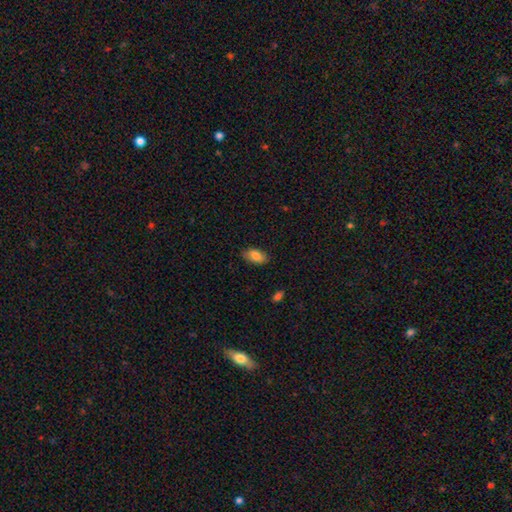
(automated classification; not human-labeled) Smooth or featured?
  - smooth: 84% *
  - featured or disk: 9%
  - star or artifact: 7%
How rounded?
  - in between: 92% *
  - round: 5%
  - cigar-shaped: 3%
Merging?
  - none: 83% *
  - minor disturbance: 13%
  - major disturbance: 3%
  - merger: 1%